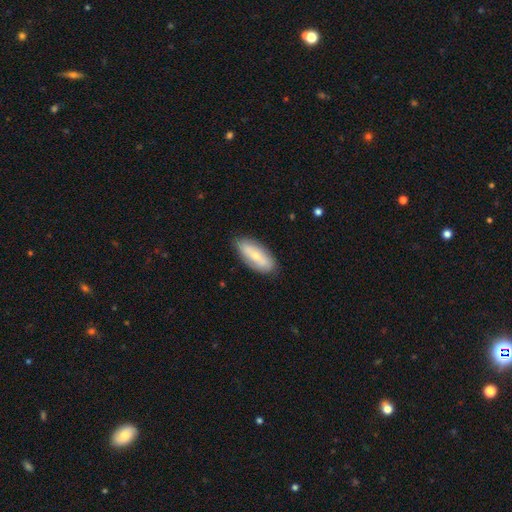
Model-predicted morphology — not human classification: smooth_or_featured: smooth (p=0.55) [alt: featured or disk p=0.39]
how_rounded: in between (p=0.80) [alt: cigar-shaped p=0.17]
merging: none (p=0.83) [alt: minor disturbance p=0.13]